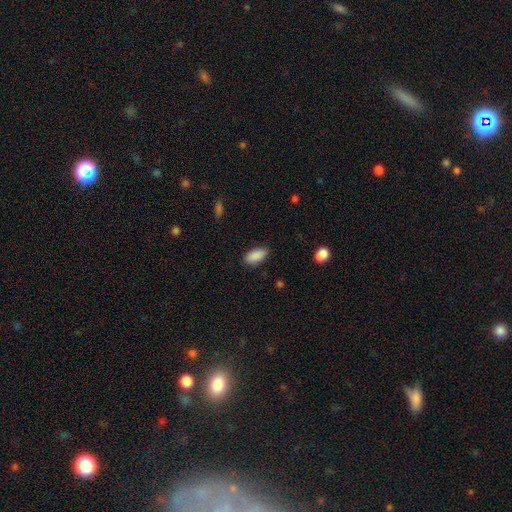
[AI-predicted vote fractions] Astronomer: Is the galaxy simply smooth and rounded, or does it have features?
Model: smooth — 90%.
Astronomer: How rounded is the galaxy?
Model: in between — 91%.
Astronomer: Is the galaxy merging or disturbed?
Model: none — 85%.